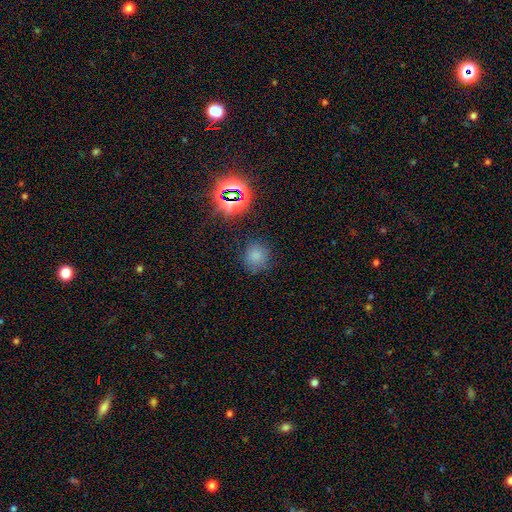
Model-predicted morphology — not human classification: Overall: smooth (70%). How rounded: round (84%). Merging: none (80%).